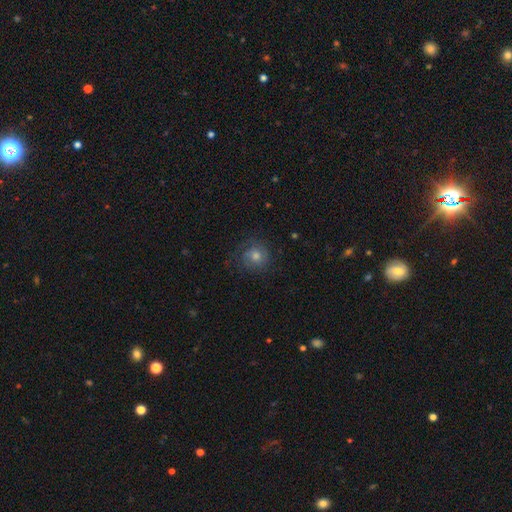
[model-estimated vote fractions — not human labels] Smooth or featured?
  - smooth: 43% *
  - featured or disk: 40%
  - star or artifact: 17%
Merging?
  - none: 77% *
  - minor disturbance: 14%
  - major disturbance: 8%
  - merger: 1%